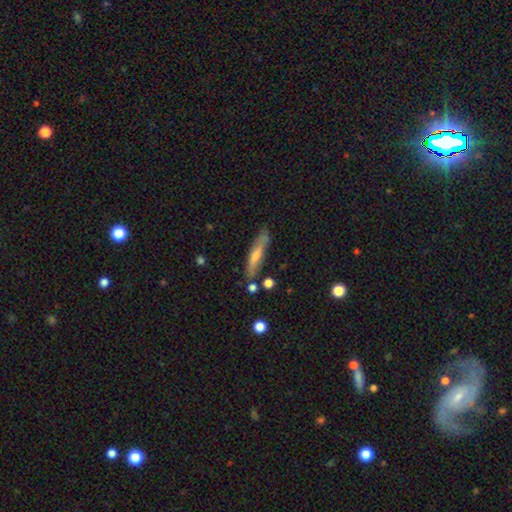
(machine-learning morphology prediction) This is possibly a smooth galaxy (49%). Merging: likely none (76%).